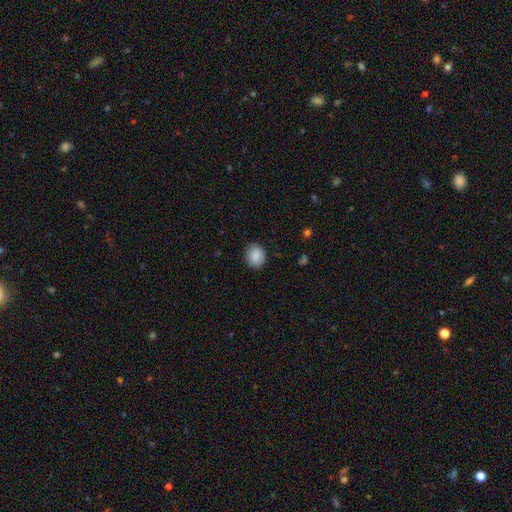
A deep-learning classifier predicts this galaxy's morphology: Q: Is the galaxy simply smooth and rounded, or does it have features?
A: smooth — 88%.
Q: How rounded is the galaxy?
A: round — 57%.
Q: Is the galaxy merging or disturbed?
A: none — 86%.